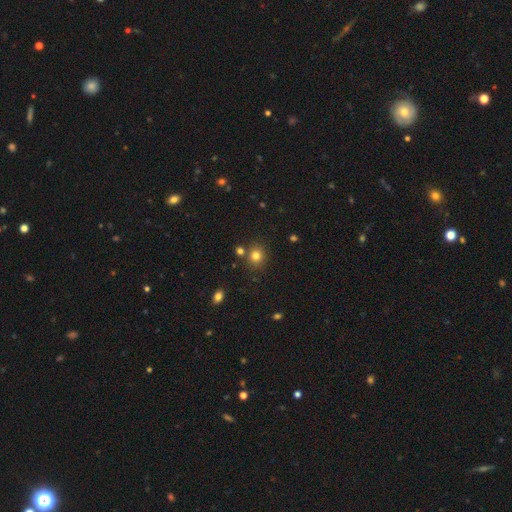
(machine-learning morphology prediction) A smooth galaxy with no disk features (79%) that is round (80%). Merging: none (79%).